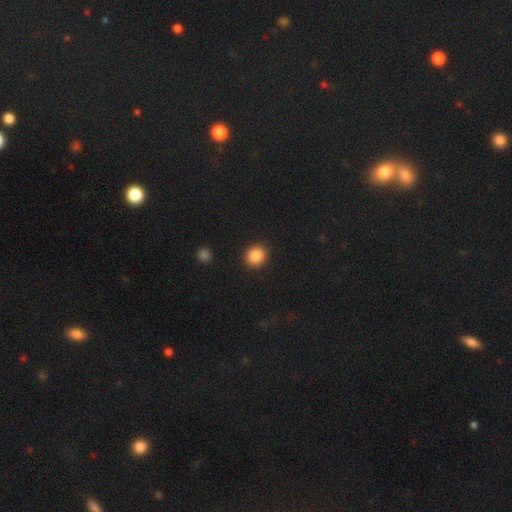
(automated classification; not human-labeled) A smooth galaxy with no disk features (87%) that is round (81%).

Vote fractions:
- Smooth or featured? smooth: 87% / star or artifact: 9% / featured or disk: 4%
- How rounded? round: 81% / in between: 18% / cigar-shaped: 1%
- Merging? none: 91% / minor disturbance: 6% / major disturbance: 2% / merger: 1%